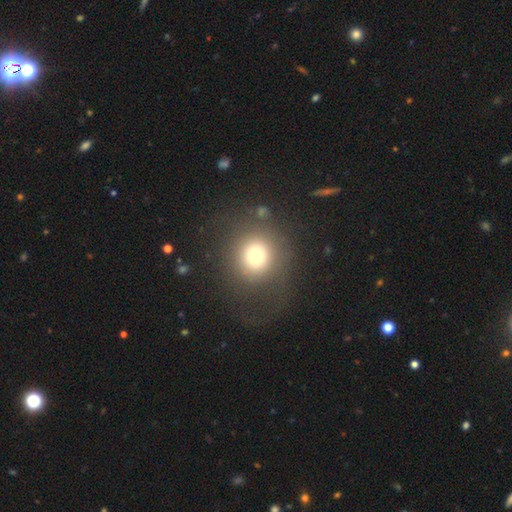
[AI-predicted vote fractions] Smooth or featured?
  - smooth: 71% *
  - star or artifact: 15%
  - featured or disk: 13%
How rounded?
  - round: 91% *
  - in between: 8%
  - cigar-shaped: 1%
Merging?
  - none: 73% *
  - major disturbance: 13%
  - minor disturbance: 11%
  - merger: 3%